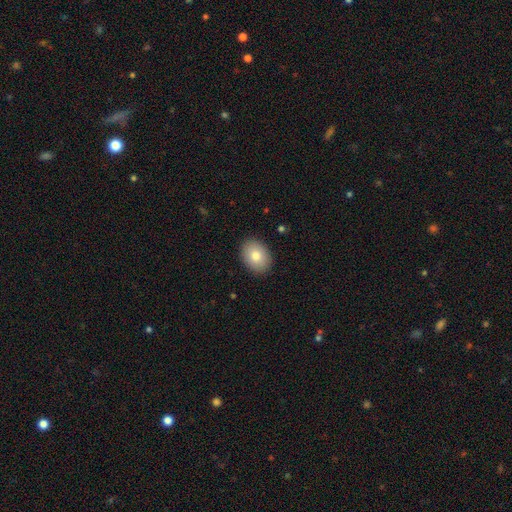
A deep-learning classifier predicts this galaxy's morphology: Smooth or featured: smooth — 81% (featured or disk — 11%)
How rounded: in between — 68% (round — 31%)
Merging: none — 89% (minor disturbance — 8%)